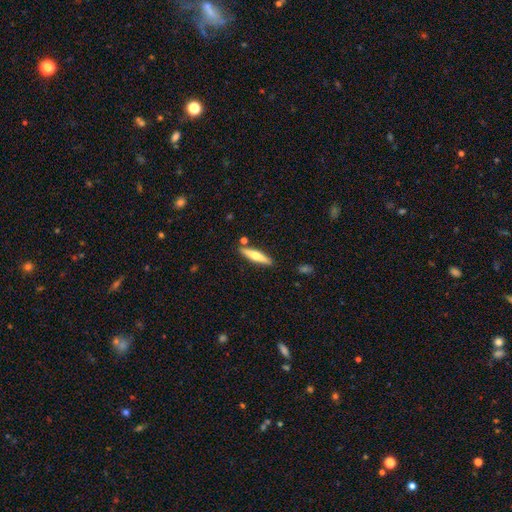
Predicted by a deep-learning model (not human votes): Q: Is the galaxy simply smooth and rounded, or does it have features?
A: smooth — 49%.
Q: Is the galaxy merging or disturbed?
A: none — 85%.